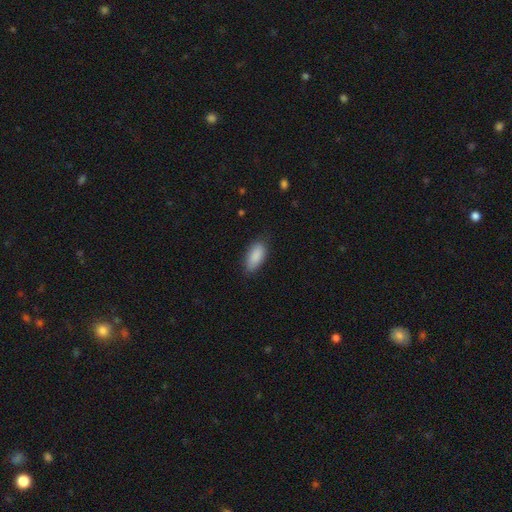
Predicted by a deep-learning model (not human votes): smooth-or-featured: smooth: 89% | star or artifact: 6% | featured or disk: 5%
  how-rounded: in between: 89% | cigar-shaped: 8% | round: 2%
  merging: none: 76% | minor disturbance: 19% | major disturbance: 4% | merger: 1%